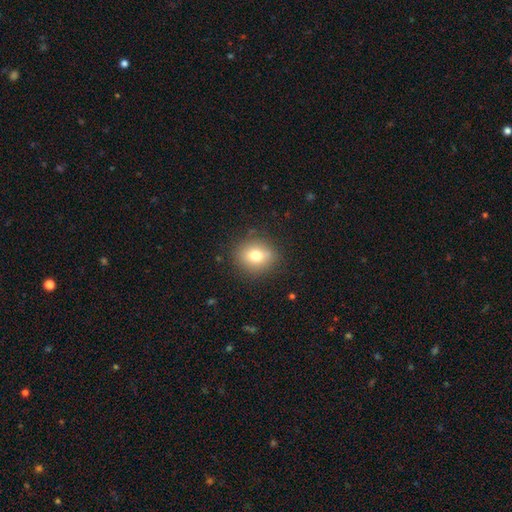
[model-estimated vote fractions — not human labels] smooth-or-featured: smooth: 76% | featured or disk: 12% | star or artifact: 12%
  how-rounded: round: 76% | in between: 23% | cigar-shaped: 1%
  merging: none: 83% | minor disturbance: 11% | major disturbance: 3% | merger: 2%